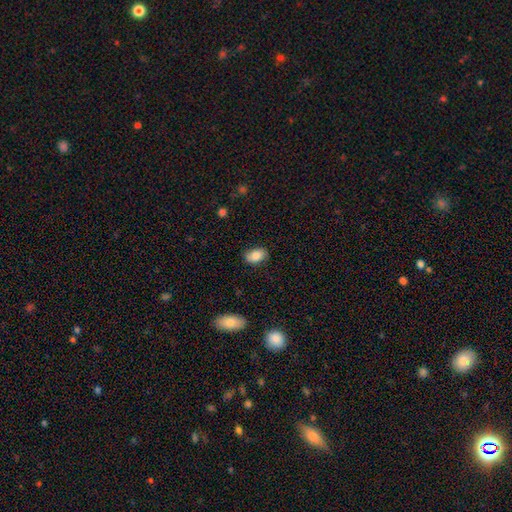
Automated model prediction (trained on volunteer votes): A smooth galaxy with no disk features (82%) that is in between round and cigar-shaped (87%). Merging: none (80%).